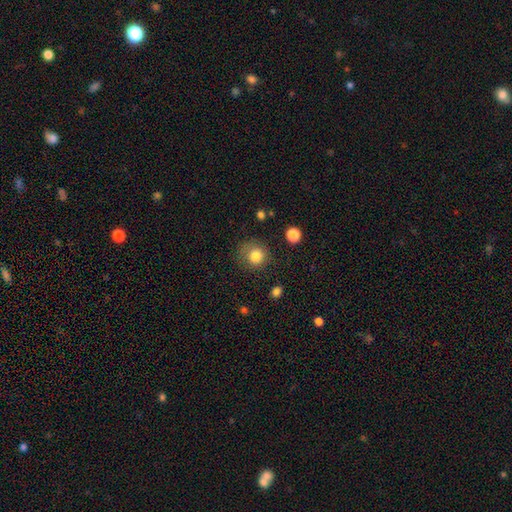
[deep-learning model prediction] A smooth galaxy with no disk features (82%) that is round (88%).

Vote fractions:
- Smooth or featured? smooth: 82% / star or artifact: 10% / featured or disk: 8%
- How rounded? round: 88% / in between: 11% / cigar-shaped: 1%
- Merging? none: 71% / minor disturbance: 18% / major disturbance: 9% / merger: 2%